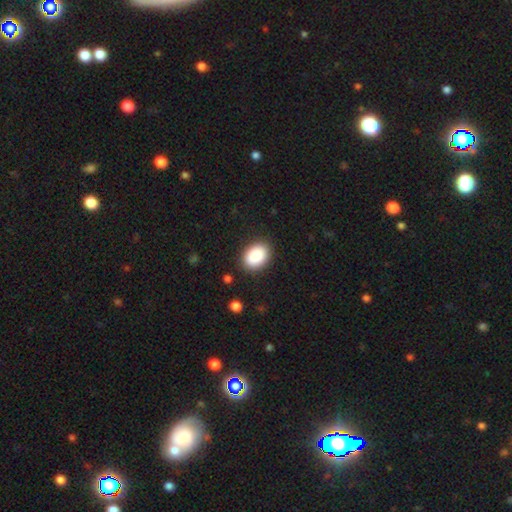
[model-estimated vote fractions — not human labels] smooth_or_featured: smooth (p=0.87) [alt: star or artifact p=0.08]
how_rounded: in between (p=0.73) [alt: round p=0.26]
merging: none (p=0.88) [alt: minor disturbance p=0.09]